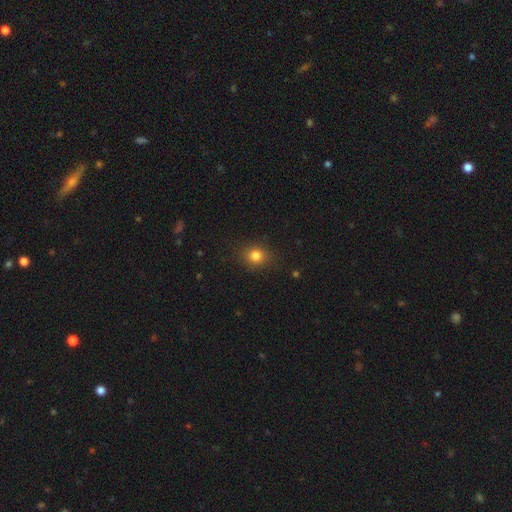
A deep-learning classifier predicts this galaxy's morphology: A smooth galaxy with no disk features (81%) that is round (75%). Merging: none (87%).